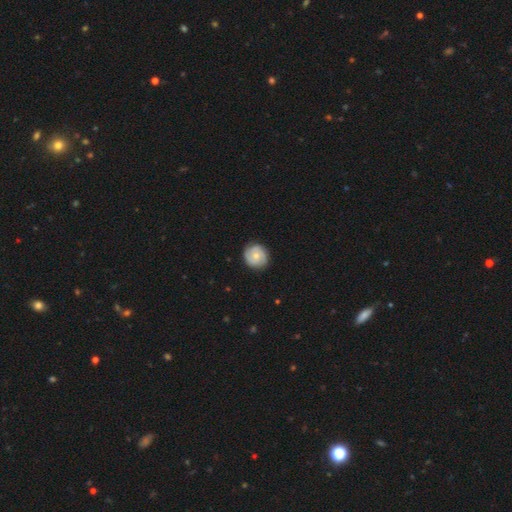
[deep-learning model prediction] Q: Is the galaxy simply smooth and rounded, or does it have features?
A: featured or disk — 64%.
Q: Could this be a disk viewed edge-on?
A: no — 98%.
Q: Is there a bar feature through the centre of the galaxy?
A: no — 71%.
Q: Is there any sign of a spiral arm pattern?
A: yes — 91%.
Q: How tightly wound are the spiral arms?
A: tight — 63%.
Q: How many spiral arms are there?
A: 2 — 63%.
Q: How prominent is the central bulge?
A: small — 49%.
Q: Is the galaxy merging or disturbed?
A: none — 86%.